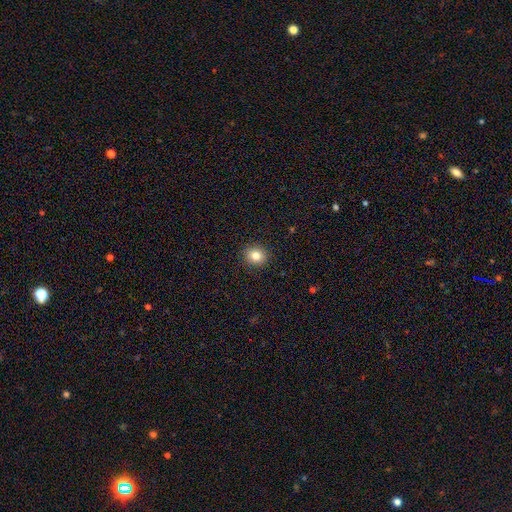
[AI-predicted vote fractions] A smooth galaxy with no disk features (82%) that is round (80%). Merging: none (91%).